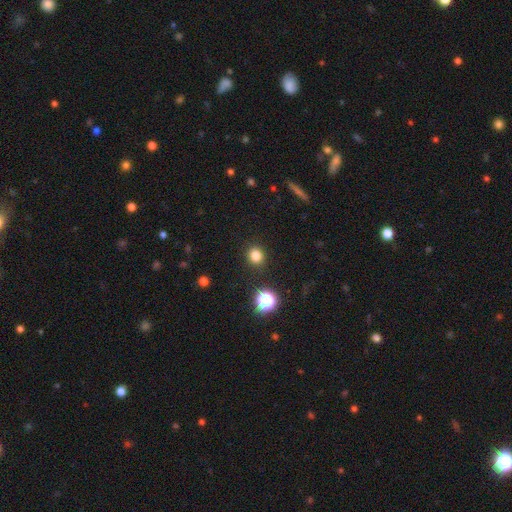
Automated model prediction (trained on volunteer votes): Smooth or featured?
  - smooth: 81% *
  - star or artifact: 15%
  - featured or disk: 4%
How rounded?
  - round: 80% *
  - in between: 19%
  - cigar-shaped: 1%
Merging?
  - none: 90% *
  - minor disturbance: 6%
  - major disturbance: 2%
  - merger: 1%